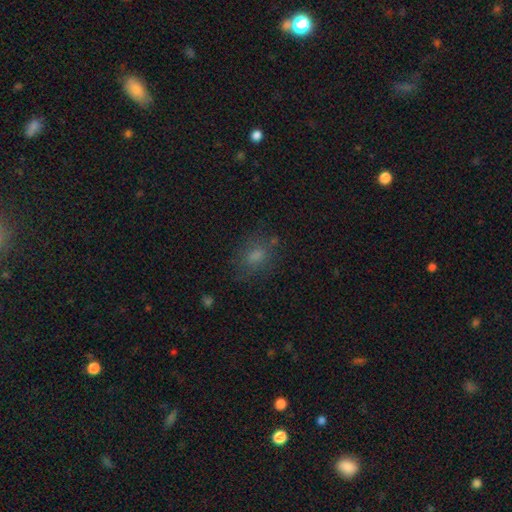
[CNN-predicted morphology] The model was most divided on "how rounded": in between: 54%, round: 44%, cigar-shaped: 3%. More confident: merging — none (77%); smooth or featured — smooth (65%).